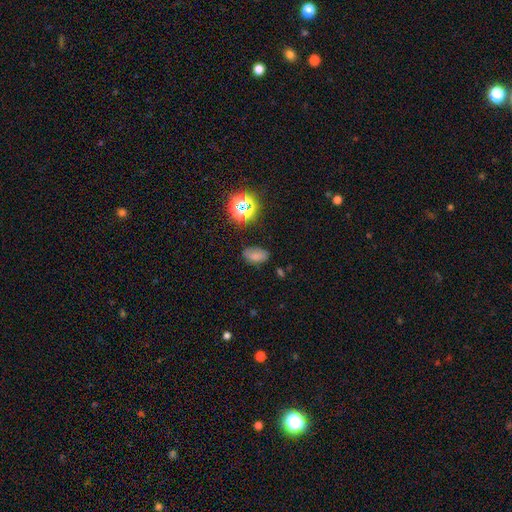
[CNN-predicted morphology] type=smooth (70%); roundness=in between (88%); merging=none (72%).